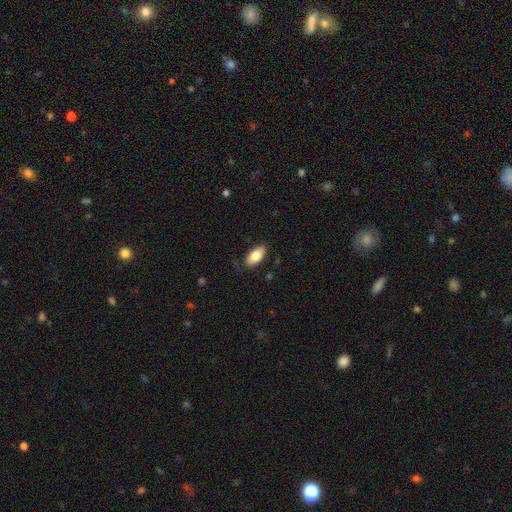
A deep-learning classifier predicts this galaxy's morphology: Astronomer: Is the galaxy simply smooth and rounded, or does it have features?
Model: smooth — 81%.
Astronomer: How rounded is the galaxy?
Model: in between — 91%.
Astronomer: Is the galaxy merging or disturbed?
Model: none — 84%.